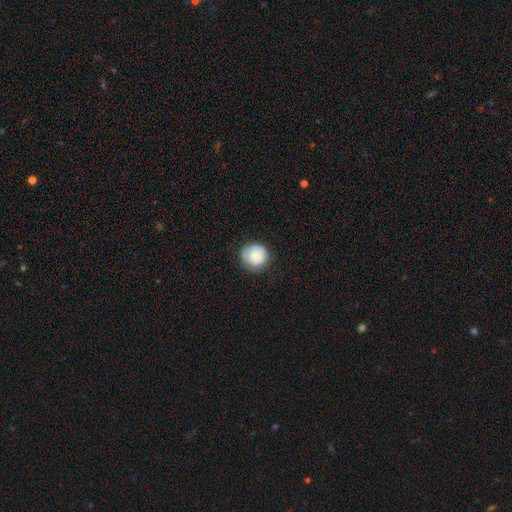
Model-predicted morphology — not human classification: smooth_or_featured: smooth (p=0.79) [alt: featured or disk p=0.14]
how_rounded: round (p=0.91) [alt: in between p=0.08]
merging: none (p=0.79) [alt: minor disturbance p=0.15]